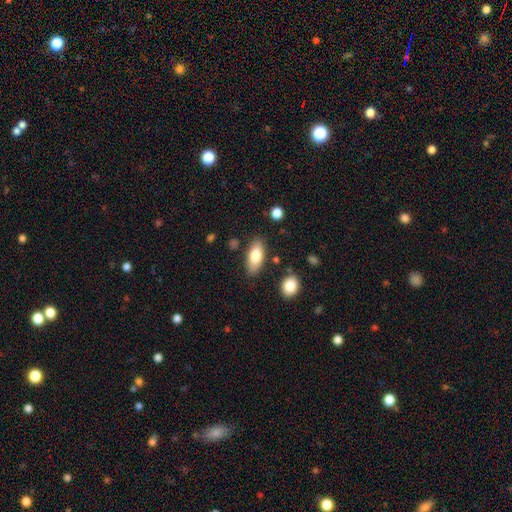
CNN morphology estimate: The model was most divided on "smooth or featured": smooth: 77%, featured or disk: 16%, star or artifact: 7%. More confident: how rounded — in between (84%); merging — none (82%).